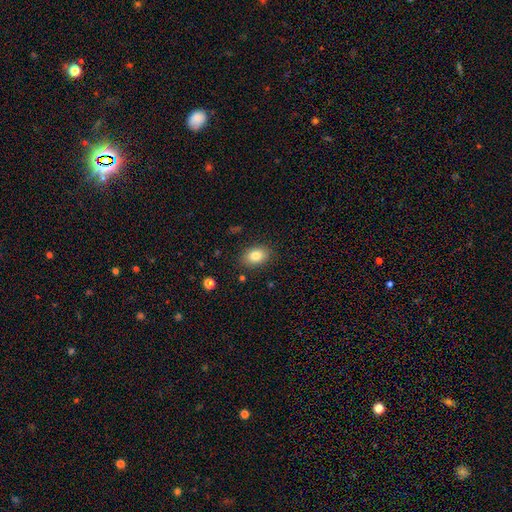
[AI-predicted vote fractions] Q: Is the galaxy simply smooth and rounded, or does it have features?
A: smooth — 82%.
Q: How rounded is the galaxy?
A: in between — 79%.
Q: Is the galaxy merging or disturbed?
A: none — 86%.